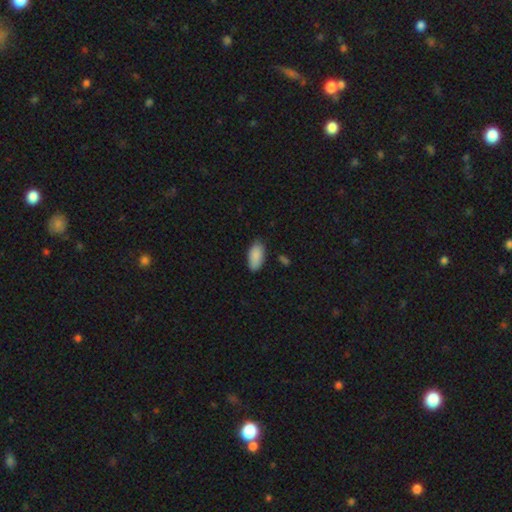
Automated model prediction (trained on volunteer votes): The model was most divided on "merging": none: 81%, minor disturbance: 14%, major disturbance: 3%, merger: 2%. More confident: how rounded — in between (92%); smooth or featured — smooth (89%).